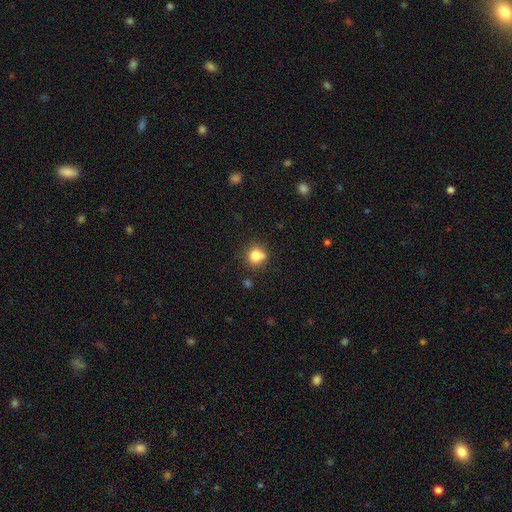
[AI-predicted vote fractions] Smooth or featured: smooth — 80% (star or artifact — 12%)
How rounded: round — 82% (in between — 17%)
Merging: none — 65% (minor disturbance — 17%)